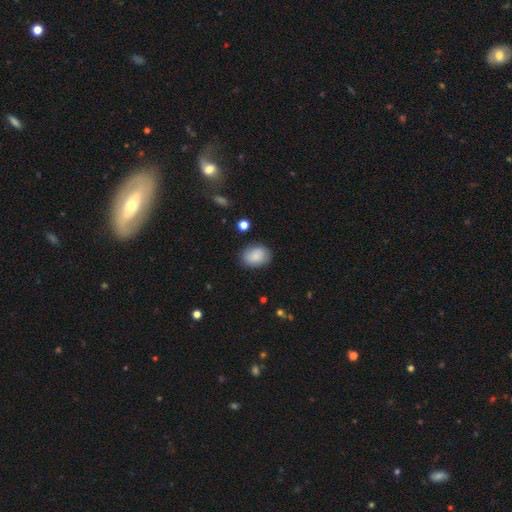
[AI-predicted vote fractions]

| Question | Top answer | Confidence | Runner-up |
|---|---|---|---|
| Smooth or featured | smooth | 84% | featured or disk (9%) |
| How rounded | in between | 66% | round (33%) |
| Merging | none | 82% | minor disturbance (13%) |